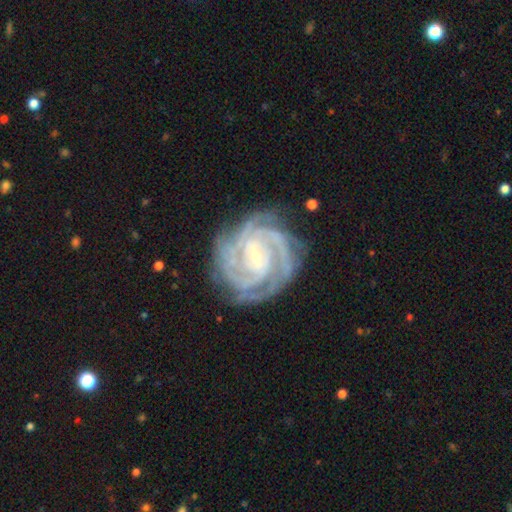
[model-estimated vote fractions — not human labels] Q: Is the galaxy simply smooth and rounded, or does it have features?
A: featured or disk — 92%.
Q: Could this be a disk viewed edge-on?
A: no — 98%.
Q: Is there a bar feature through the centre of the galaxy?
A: weak — 45%.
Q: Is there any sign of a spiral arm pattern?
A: yes — 99%.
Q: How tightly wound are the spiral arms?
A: tight — 76%.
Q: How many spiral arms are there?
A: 3 — 29%, tied with 4.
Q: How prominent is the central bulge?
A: small — 75%.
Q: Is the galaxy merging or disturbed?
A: none — 78%.